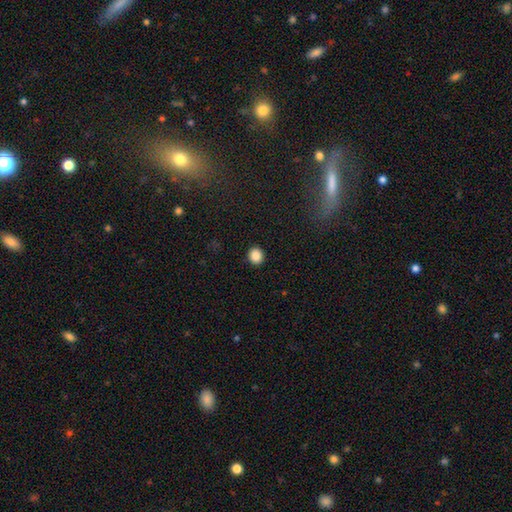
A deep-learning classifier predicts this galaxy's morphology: Q: Smooth or featured?
A: smooth (87%); runner-up: star or artifact (10%)
Q: How rounded?
A: round (79%); runner-up: in between (20%)
Q: Merging?
A: none (91%); runner-up: minor disturbance (6%)